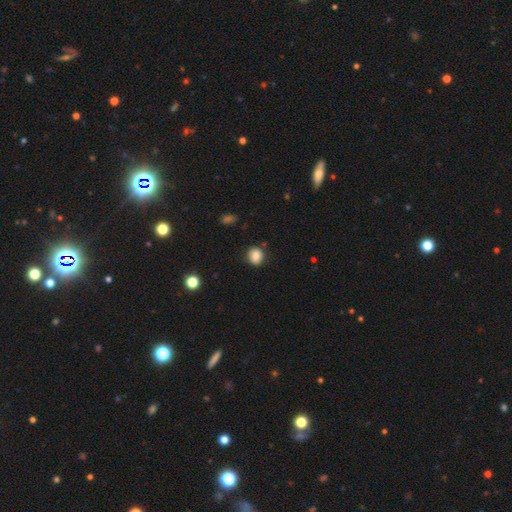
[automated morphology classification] Smooth or featured? smooth (84%)
How rounded? round (77%)
Merging? none (83%)